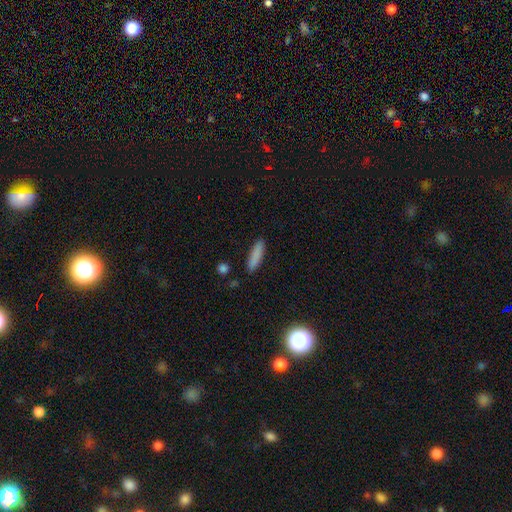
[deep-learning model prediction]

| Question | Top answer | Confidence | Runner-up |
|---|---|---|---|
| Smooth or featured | smooth | 86% | star or artifact (7%) |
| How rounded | cigar-shaped | 70% | in between (29%) |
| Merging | none | 87% | minor disturbance (9%) |